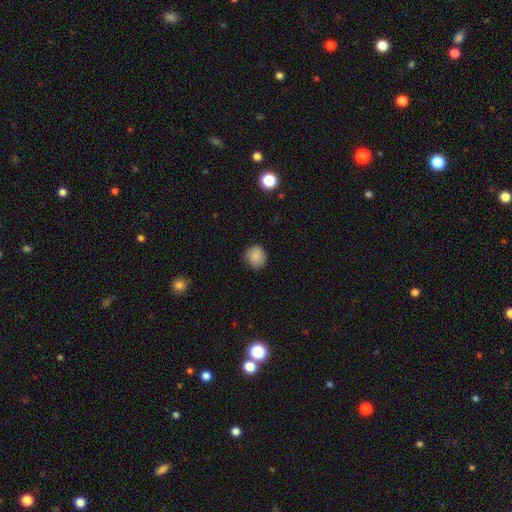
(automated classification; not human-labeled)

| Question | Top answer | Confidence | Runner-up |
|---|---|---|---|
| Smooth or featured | smooth | 86% | star or artifact (9%) |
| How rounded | round | 87% | in between (12%) |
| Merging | none | 82% | minor disturbance (14%) |